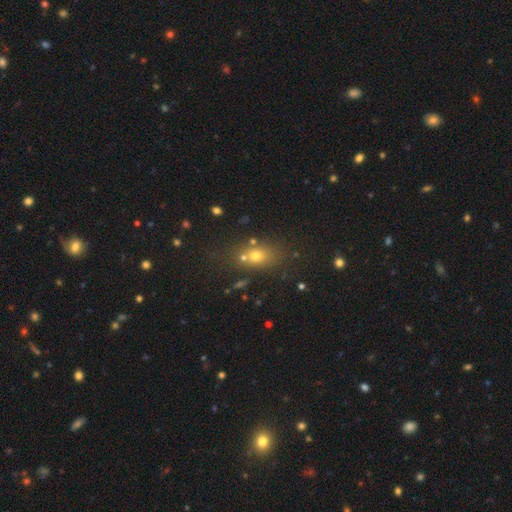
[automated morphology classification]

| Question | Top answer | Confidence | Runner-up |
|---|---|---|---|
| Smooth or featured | smooth | 59% | star or artifact (25%) |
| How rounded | in between | 50% | round (46%) |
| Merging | none | 60% | merger (22%) |